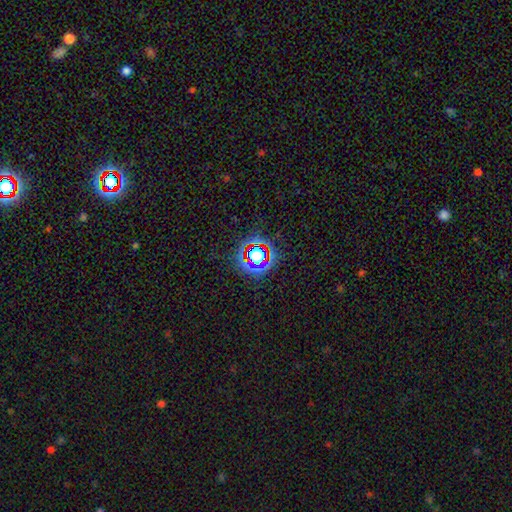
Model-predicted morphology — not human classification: A star or artifact, not a galaxy (66%).

Vote fractions:
- Smooth or featured? star or artifact: 66% / smooth: 23% / featured or disk: 11%